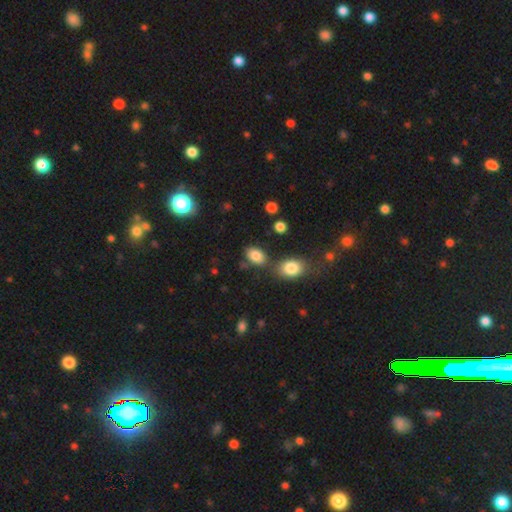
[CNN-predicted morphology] smooth-or-featured: smooth: 84% | star or artifact: 9% | featured or disk: 7%
  how-rounded: in between: 85% | round: 14% | cigar-shaped: 1%
  merging: none: 68% | minor disturbance: 14% | merger: 14% | major disturbance: 4%